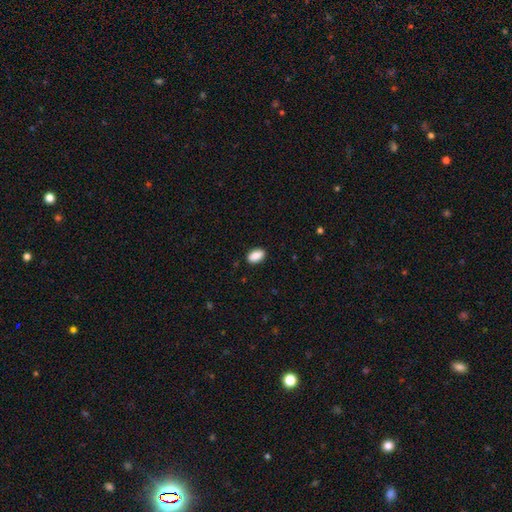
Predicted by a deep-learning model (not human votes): This appears to be a smooth galaxy with no disk features (90%) that is in between round and cigar-shaped (92%). Merging: none (89%).